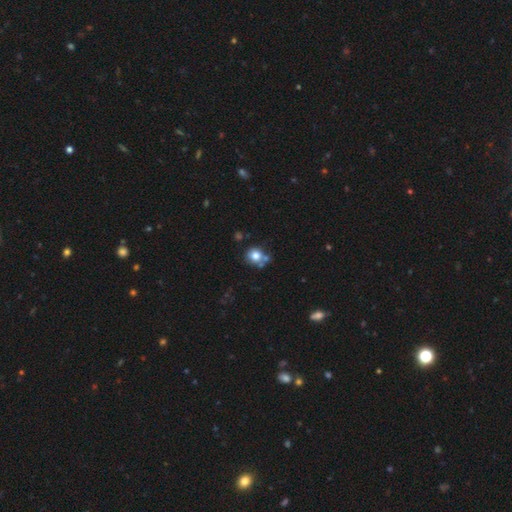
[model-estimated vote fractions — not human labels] Smooth or featured: smooth — 77% (featured or disk — 12%)
How rounded: round — 83% (in between — 16%)
Merging: none — 60% (merger — 21%)